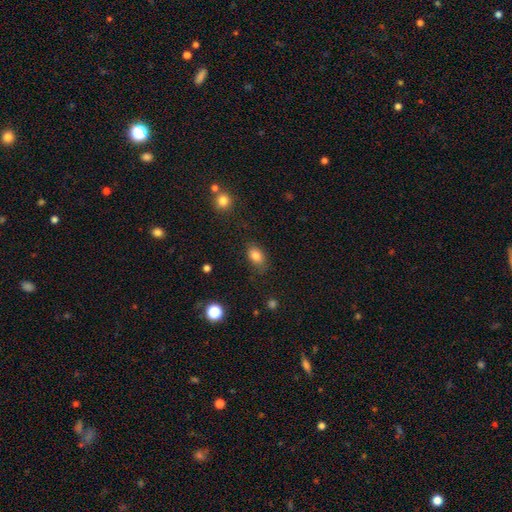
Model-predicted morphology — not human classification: type=smooth (83%); roundness=in between (82%); merging=none (76%).